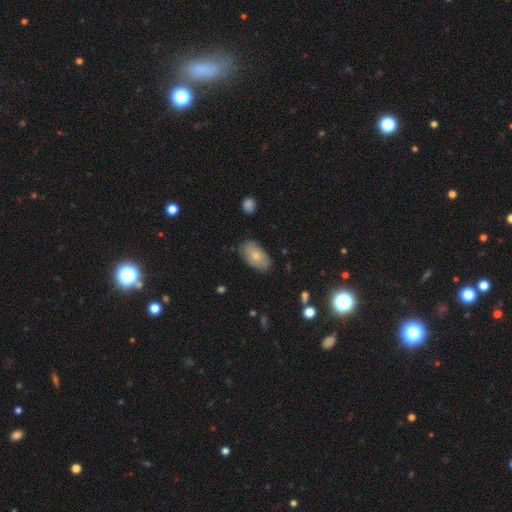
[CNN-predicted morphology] smooth_or_featured: smooth (p=0.71) [alt: featured or disk p=0.22]
how_rounded: in between (p=0.94) [alt: round p=0.04]
merging: none (p=0.79) [alt: minor disturbance p=0.16]